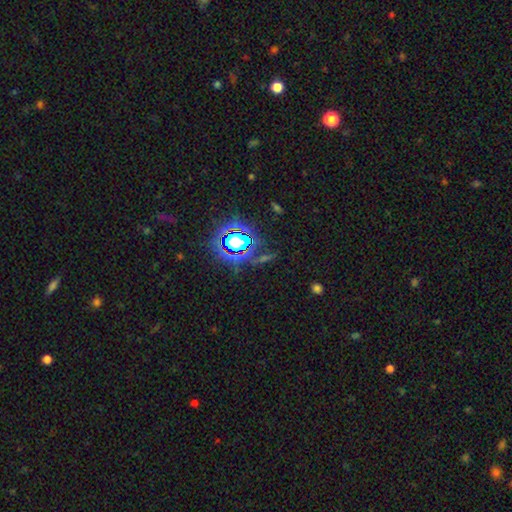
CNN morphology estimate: This is likely a star or artifact rather than a galaxy (79%).